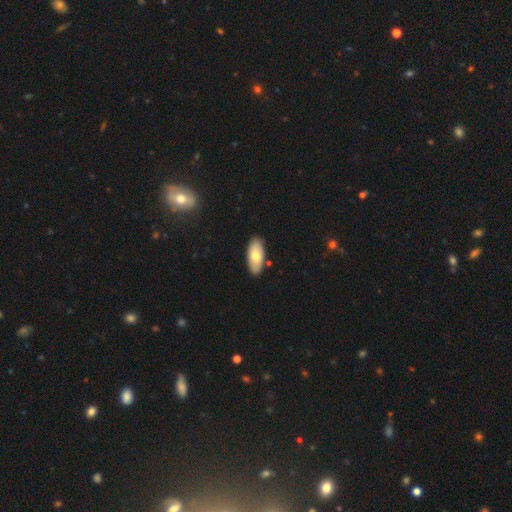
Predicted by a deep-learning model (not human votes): This appears to be a smooth galaxy with no disk features (72%) that is in between round and cigar-shaped (90%). Merging: none (86%).